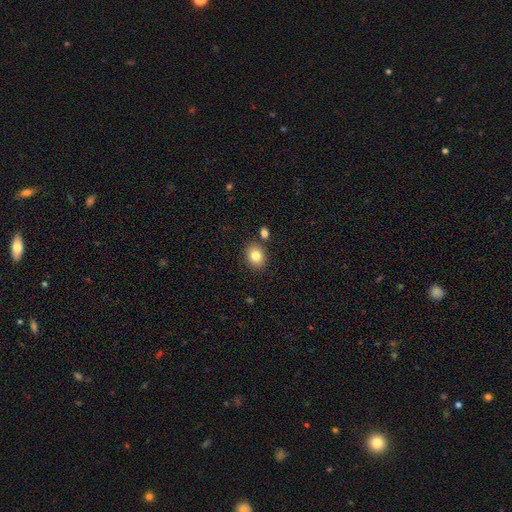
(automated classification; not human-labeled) Overall: smooth (81%). How rounded: round (56%; in between 43%). Merging: none (82%).